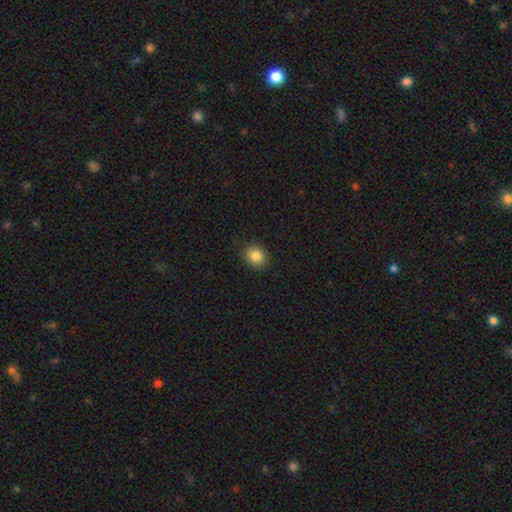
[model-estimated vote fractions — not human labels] smooth 85%, star or artifact 10%, featured or disk 5%. Down the decision tree: how rounded — round (69%); merging — none (89%).